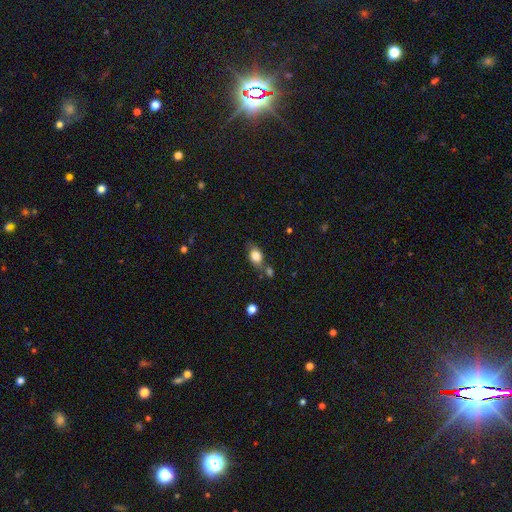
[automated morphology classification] Q: Smooth or featured?
A: smooth (80%); runner-up: featured or disk (11%)
Q: How rounded?
A: in between (71%); runner-up: round (26%)
Q: Merging?
A: none (60%); runner-up: minor disturbance (18%)